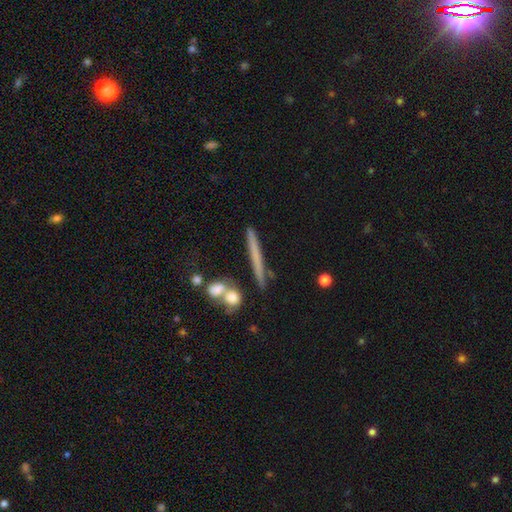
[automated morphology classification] A smooth galaxy with no disk features (49%).

Vote fractions:
- Smooth or featured? smooth: 49% / featured or disk: 41% / star or artifact: 10%
- Merging? none: 80% / minor disturbance: 10% / merger: 7% / major disturbance: 3%